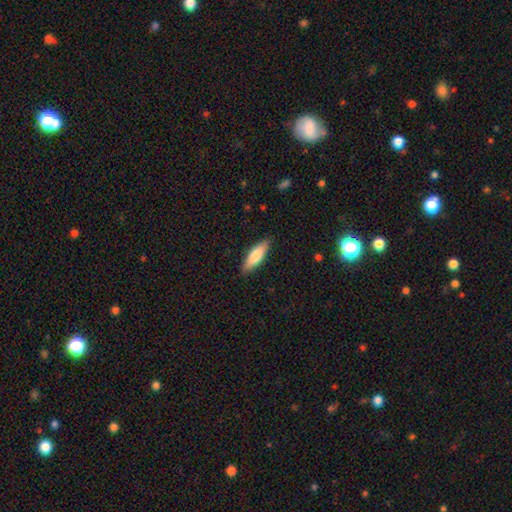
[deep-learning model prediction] This appears to be a smooth galaxy with no disk features (74%) that is in between round and cigar-shaped (52%). Merging: none (87%).